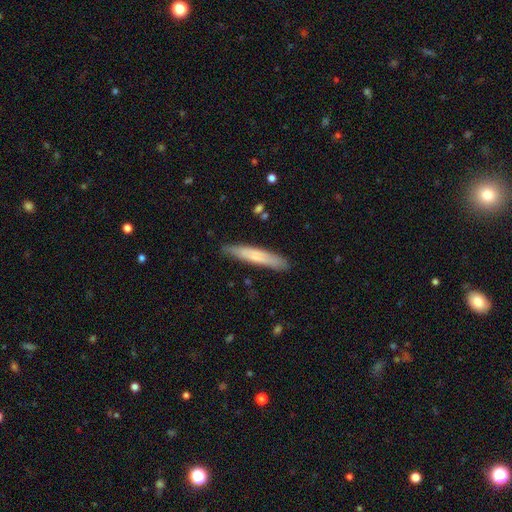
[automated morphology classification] Smooth or featured?
  - smooth: 68% *
  - featured or disk: 26%
  - star or artifact: 6%
How rounded?
  - cigar-shaped: 92% *
  - in between: 7%
  - round: 1%
Merging?
  - none: 85% *
  - minor disturbance: 12%
  - major disturbance: 2%
  - merger: 1%